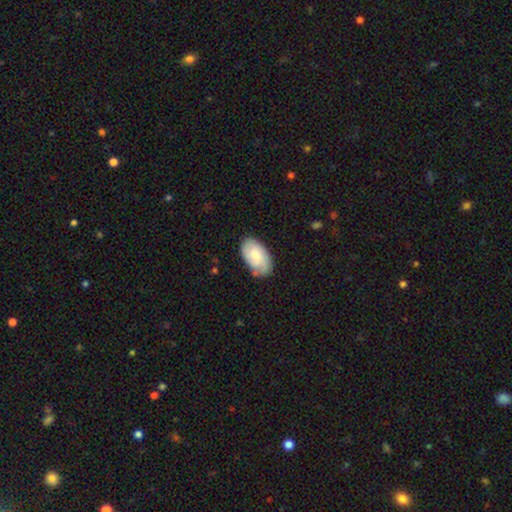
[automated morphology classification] smooth 67%, featured or disk 27%, star or artifact 6%. Down the decision tree: how rounded — in between (95%); merging — none (74%).